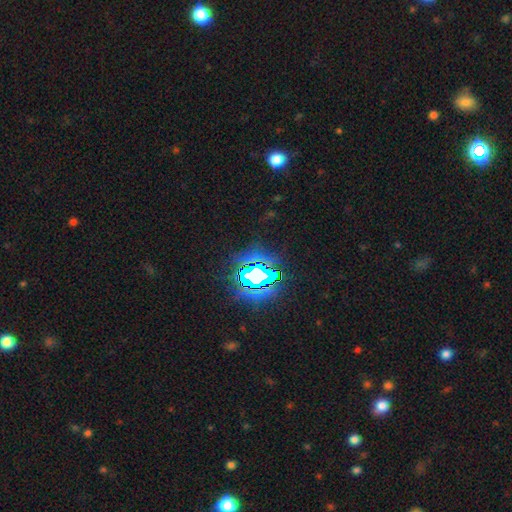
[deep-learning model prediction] Morphology: type=star or artifact (83%).